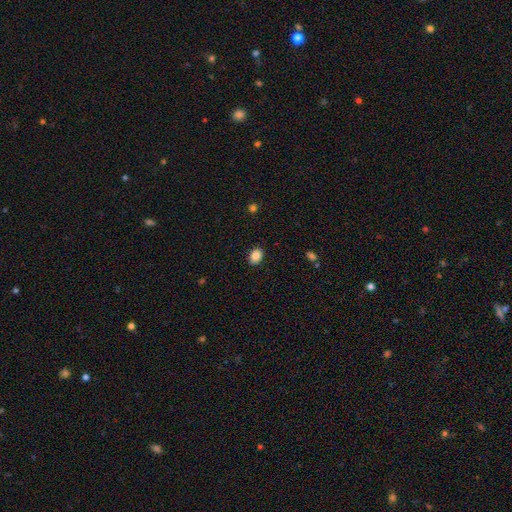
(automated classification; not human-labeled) smooth-or-featured: smooth: 87% | star or artifact: 9% | featured or disk: 5%
  how-rounded: in between: 73% | round: 26% | cigar-shaped: 1%
  merging: none: 89% | minor disturbance: 8% | major disturbance: 2% | merger: 1%